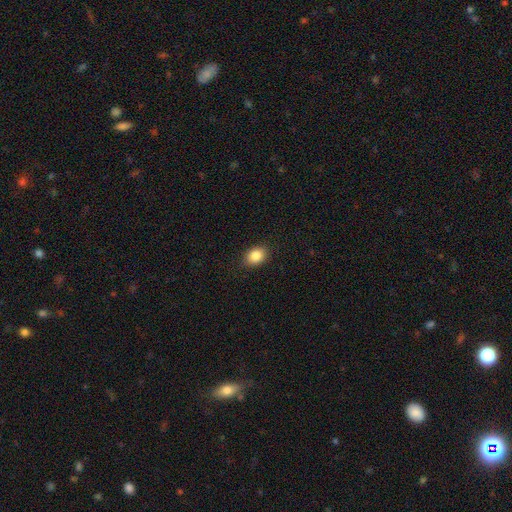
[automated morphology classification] This is clearly a smooth galaxy (86%). How rounded: likely in between (68%). Merging: clearly none (86%).